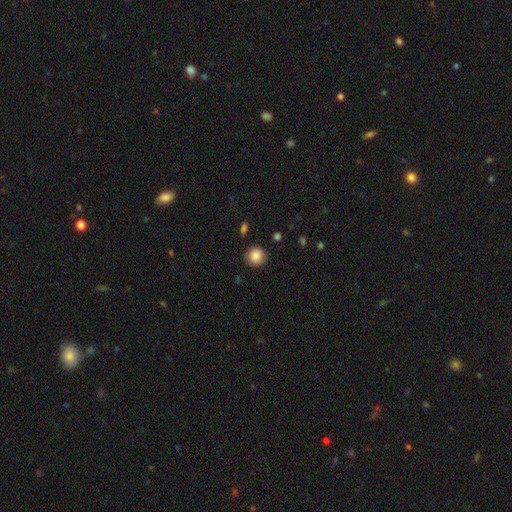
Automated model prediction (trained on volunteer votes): smooth 87%, star or artifact 9%, featured or disk 5%. Down the decision tree: how rounded — round (88%); merging — none (83%).